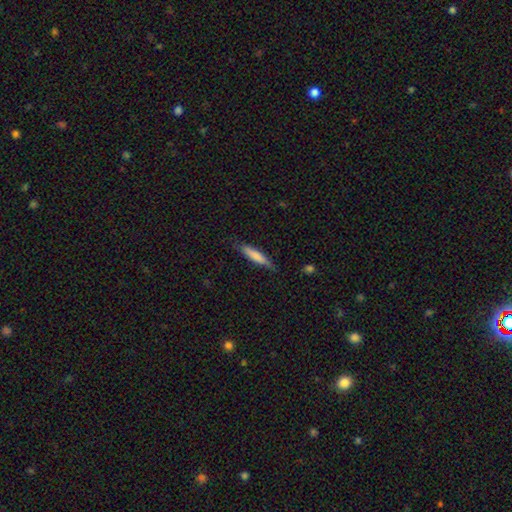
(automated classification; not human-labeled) Overall: smooth (74%). How rounded: cigar-shaped (85%). Merging: none (79%).